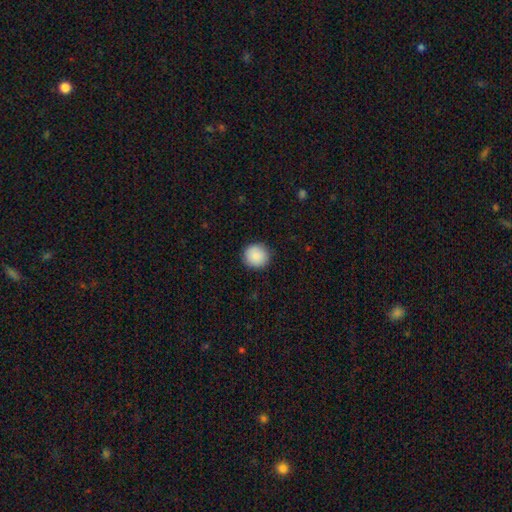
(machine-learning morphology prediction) Smooth or featured: smooth — 88% (star or artifact — 7%)
How rounded: round — 94% (in between — 5%)
Merging: none — 91% (minor disturbance — 6%)